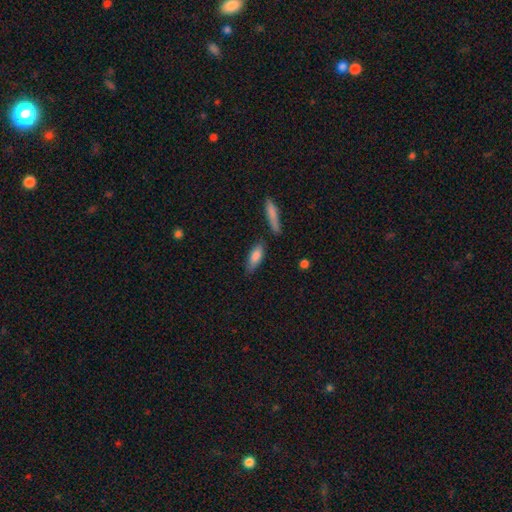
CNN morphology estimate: smooth 80%, featured or disk 14%, star or artifact 6%. Down the decision tree: how rounded — in between (56%); merging — none (71%).